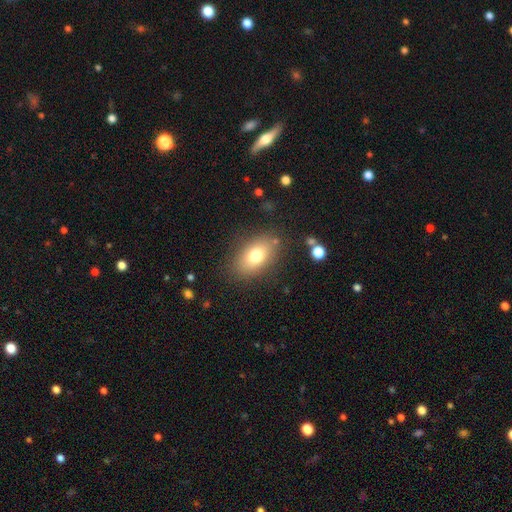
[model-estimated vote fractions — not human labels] This is likely a smooth galaxy (76%). How rounded: clearly in between (87%). Merging: clearly none (81%).